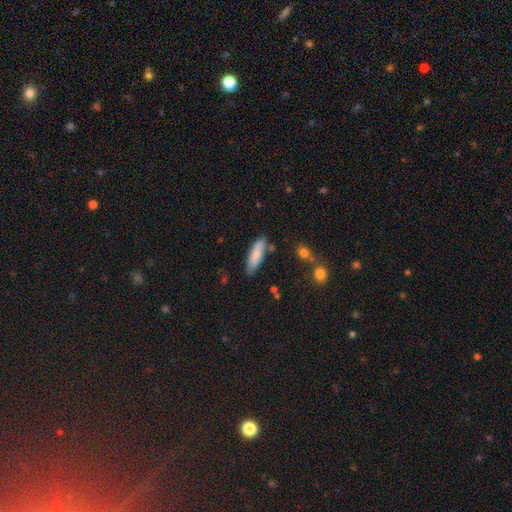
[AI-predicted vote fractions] Smooth or featured: smooth — 82% (featured or disk — 12%)
How rounded: cigar-shaped — 55% (in between — 44%)
Merging: none — 77% (minor disturbance — 15%)